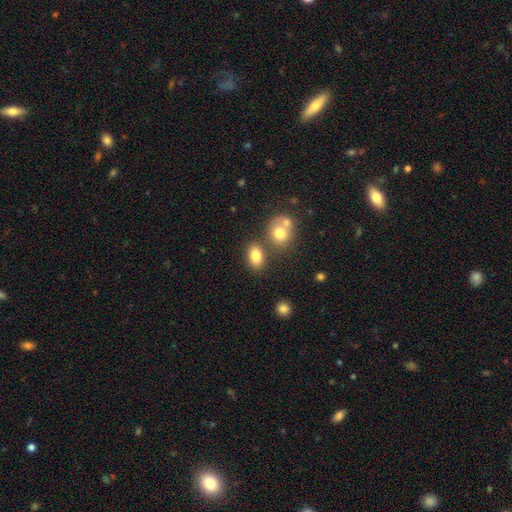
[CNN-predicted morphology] Smooth or featured? smooth (81%)
How rounded? in between (81%)
Merging? none (66%)